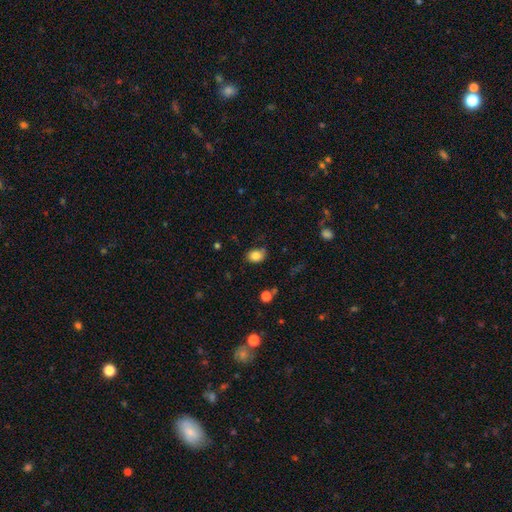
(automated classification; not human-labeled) Q: Smooth or featured?
A: smooth (83%); runner-up: star or artifact (10%)
Q: How rounded?
A: in between (63%); runner-up: round (36%)
Q: Merging?
A: none (74%); runner-up: minor disturbance (19%)